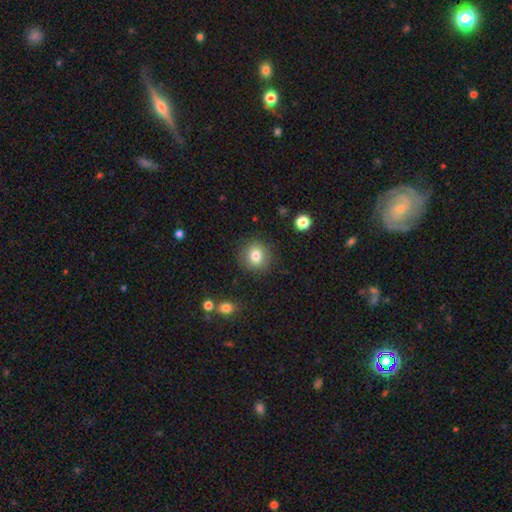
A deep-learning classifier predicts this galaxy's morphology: smooth 81%, star or artifact 11%, featured or disk 9%. Down the decision tree: how rounded — round (87%); merging — none (88%).